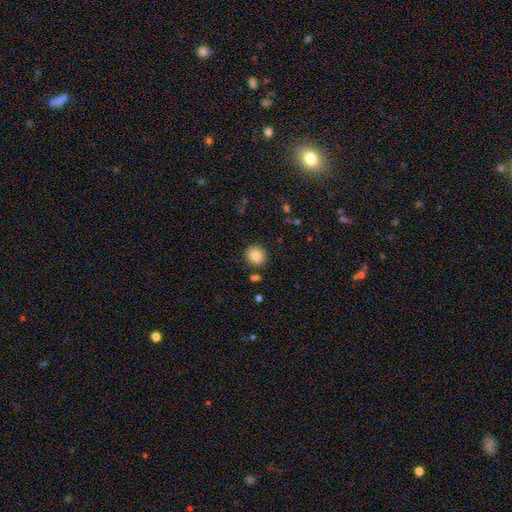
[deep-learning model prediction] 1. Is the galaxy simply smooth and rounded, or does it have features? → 86% smooth, 9% star or artifact, 5% featured or disk.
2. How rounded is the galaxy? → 79% round, 21% in between, 1% cigar-shaped.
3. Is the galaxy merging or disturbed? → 86% none, 8% minor disturbance, 3% merger, 2% major disturbance.